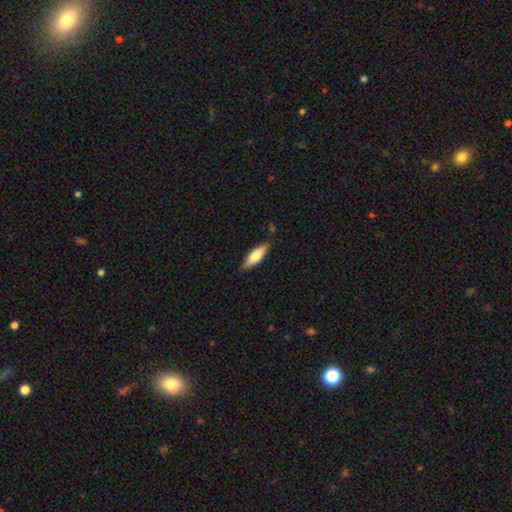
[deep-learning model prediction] Smooth or featured: smooth — 59% (featured or disk — 35%)
How rounded: in between — 49% (tied with cigar-shaped — 49%)
Merging: none — 85% (minor disturbance — 11%)